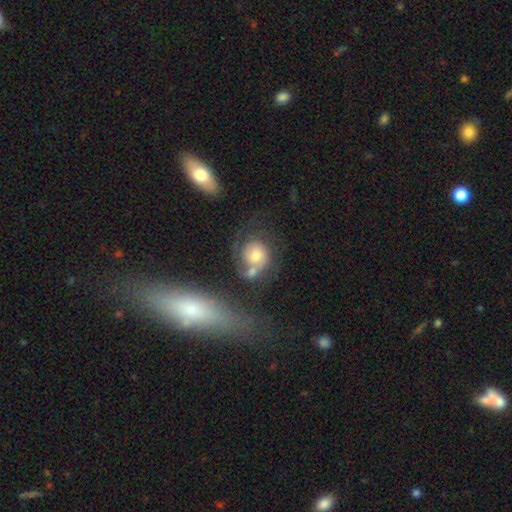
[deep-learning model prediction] Overall: featured or disk (53%; smooth 38%). Edge-on disk: no (96%). Bar: no (76%). Spiral arms: yes (75%). Bulge size: moderate (54%; small 22%). Merging: merger (37%; none 32%).